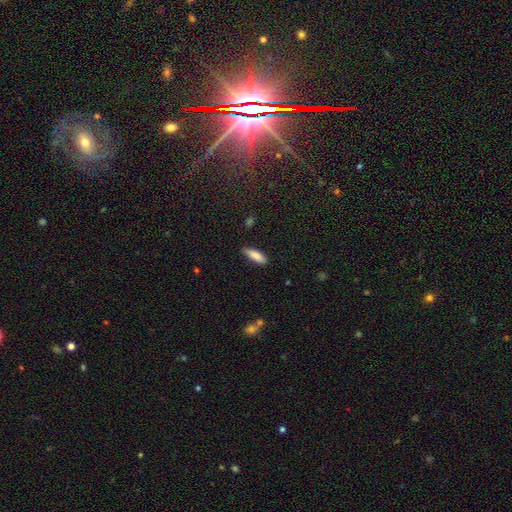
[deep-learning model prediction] This is clearly a smooth galaxy (84%). How rounded: possibly in between (50%). Merging: likely none (79%).